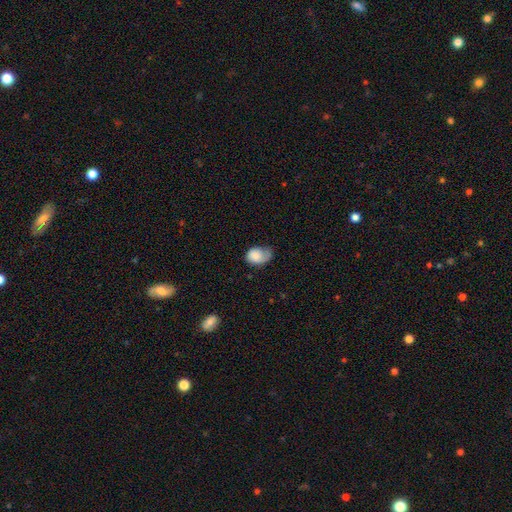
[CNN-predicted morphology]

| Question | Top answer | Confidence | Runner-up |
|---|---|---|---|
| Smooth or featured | smooth | 73% | featured or disk (20%) |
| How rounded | in between | 67% | round (32%) |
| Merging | minor disturbance | 37% | none (31%) |